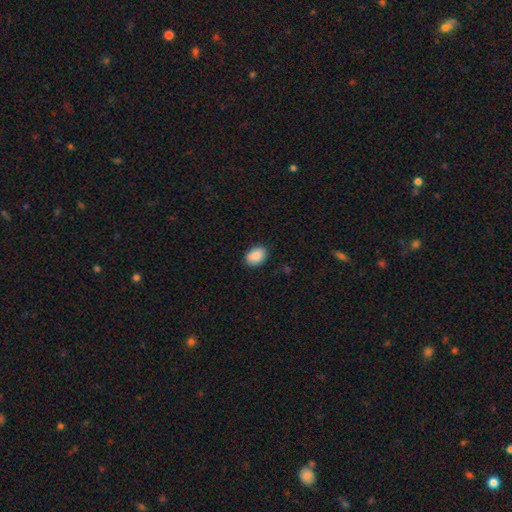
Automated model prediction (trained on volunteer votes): This is clearly a smooth galaxy (89%). How rounded: clearly in between (84%). Merging: clearly none (85%).